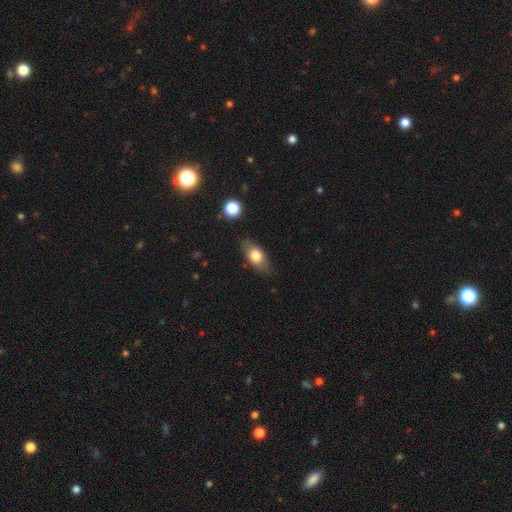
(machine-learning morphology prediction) Q: Smooth or featured?
A: smooth (71%); runner-up: featured or disk (21%)
Q: How rounded?
A: in between (83%); runner-up: cigar-shaped (9%)
Q: Merging?
A: none (79%); runner-up: minor disturbance (16%)